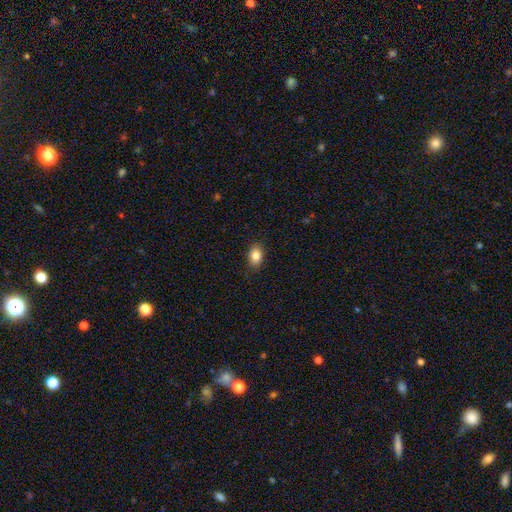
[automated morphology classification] The model was most divided on "how rounded": in between: 76%, round: 23%, cigar-shaped: 1%. More confident: merging — none (87%); smooth or featured — smooth (86%).